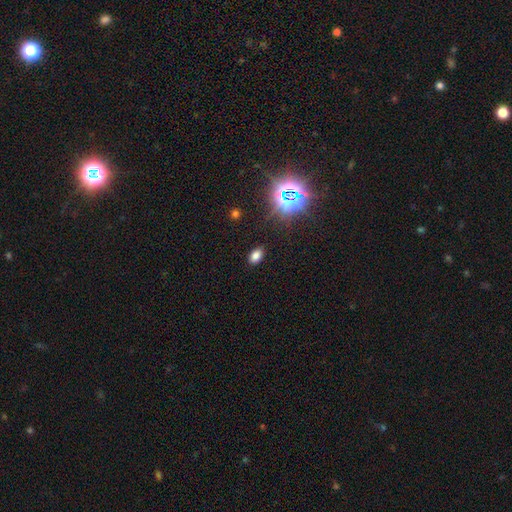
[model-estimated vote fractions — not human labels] Q: Smooth or featured?
A: smooth (75%); runner-up: star or artifact (19%)
Q: How rounded?
A: in between (87%); runner-up: round (12%)
Q: Merging?
A: none (88%); runner-up: minor disturbance (8%)